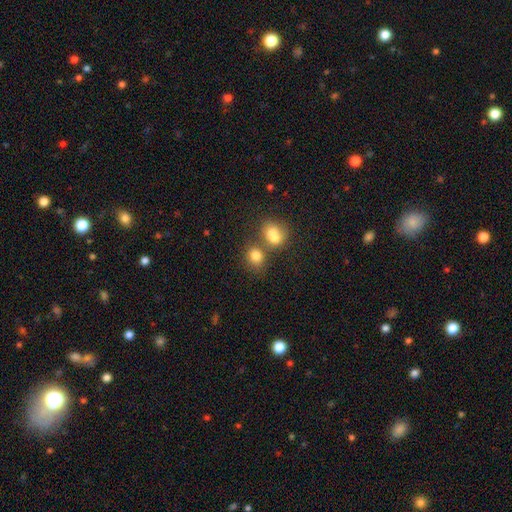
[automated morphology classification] smooth-or-featured: smooth: 79% | star or artifact: 12% | featured or disk: 9%
  how-rounded: round: 62% | in between: 36% | cigar-shaped: 1%
  merging: none: 48% | merger: 38% | minor disturbance: 10% | major disturbance: 4%